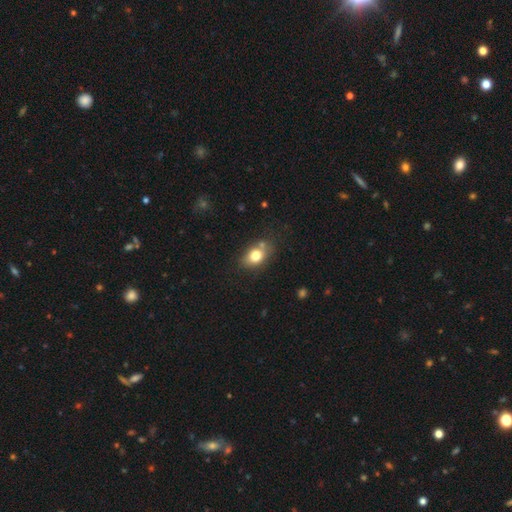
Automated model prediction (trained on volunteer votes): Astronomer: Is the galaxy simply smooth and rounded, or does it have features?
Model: smooth — 76%.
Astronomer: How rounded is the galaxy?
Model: in between — 68%.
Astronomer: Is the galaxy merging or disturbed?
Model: none — 63%.